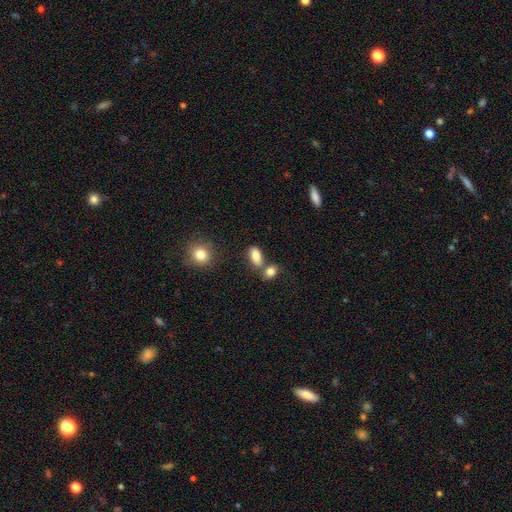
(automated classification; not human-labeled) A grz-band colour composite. It shows a smooth galaxy with no disk features (84%) that is in between round and cigar-shaped (86%). Merging: none (55%).